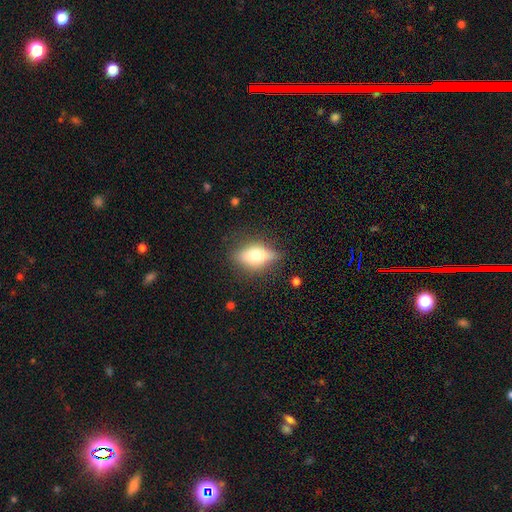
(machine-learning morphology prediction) Smooth or featured? smooth (63%)
How rounded? in between (79%)
Merging? none (71%)